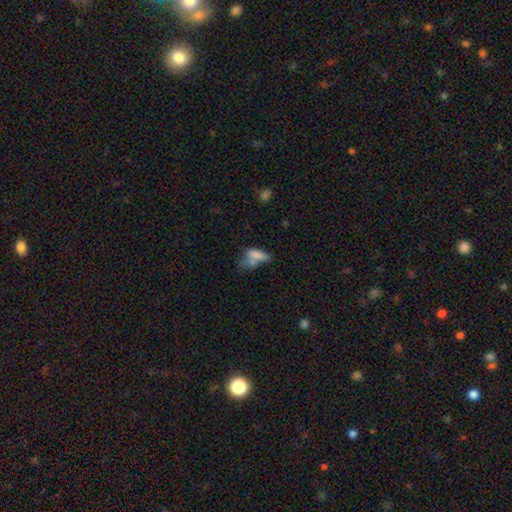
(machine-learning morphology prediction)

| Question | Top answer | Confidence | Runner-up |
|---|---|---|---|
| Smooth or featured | smooth | 71% | featured or disk (17%) |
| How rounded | in between | 74% | cigar-shaped (21%) |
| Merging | merger | 33% | none (25%) |